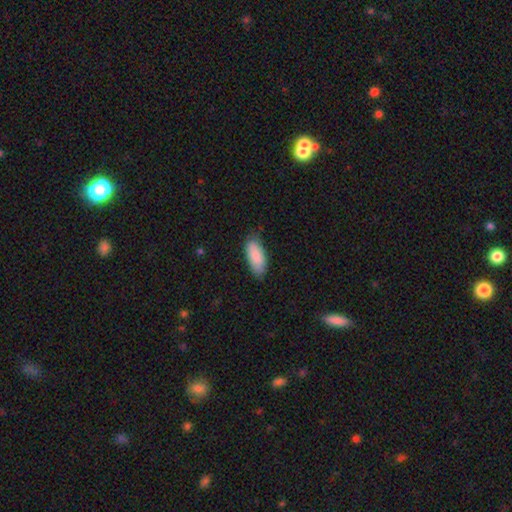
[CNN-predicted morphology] A smooth galaxy with no disk features (89%) that is in between round and cigar-shaped (83%).

Vote fractions:
- Smooth or featured? smooth: 89% / featured or disk: 6% / star or artifact: 6%
- How rounded? in between: 83% / cigar-shaped: 15% / round: 2%
- Merging? none: 78% / minor disturbance: 18% / major disturbance: 3% / merger: 1%